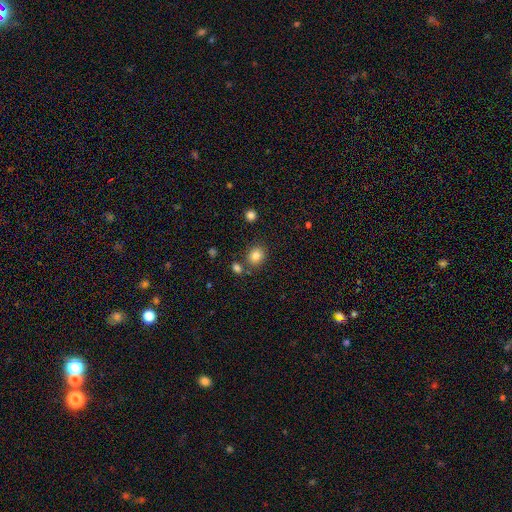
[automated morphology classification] A smooth galaxy with no disk features (83%) that is round (59%). Merging: none (77%).